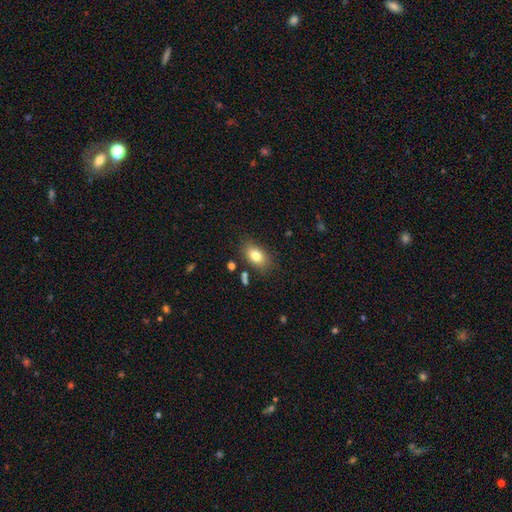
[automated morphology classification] type=smooth (80%); roundness=in between (85%); merging=none (79%).